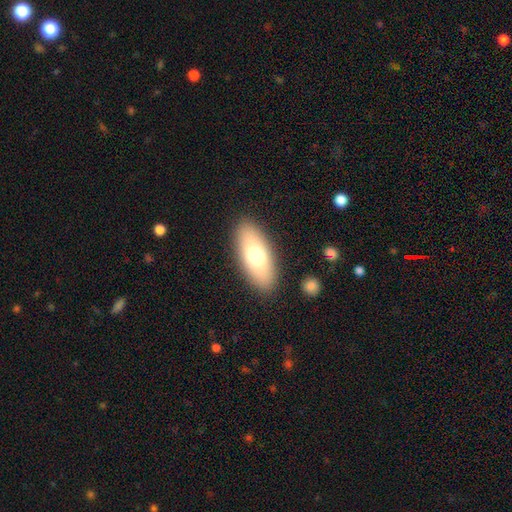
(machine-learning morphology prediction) smooth-or-featured: smooth: 69% | featured or disk: 23% | star or artifact: 8%
  how-rounded: in between: 83% | cigar-shaped: 13% | round: 4%
  merging: none: 87% | minor disturbance: 8% | major disturbance: 3% | merger: 2%